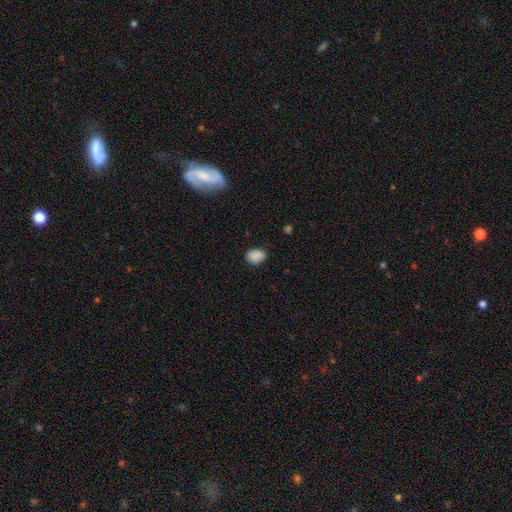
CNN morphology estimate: Overall: smooth (88%). How rounded: in between (70%). Merging: none (82%).